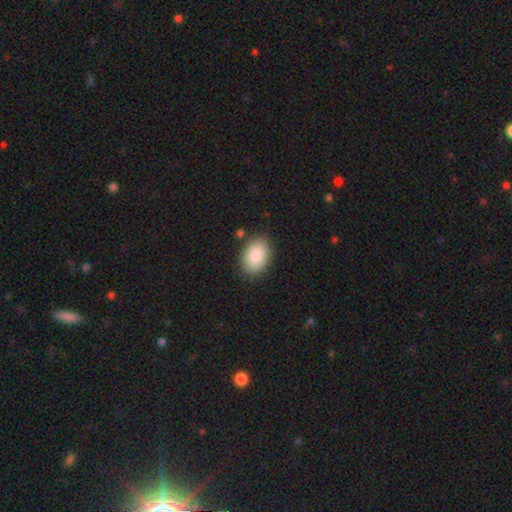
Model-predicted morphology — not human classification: smooth 89%, star or artifact 6%, featured or disk 5%. Down the decision tree: how rounded — in between (85%); merging — none (85%).